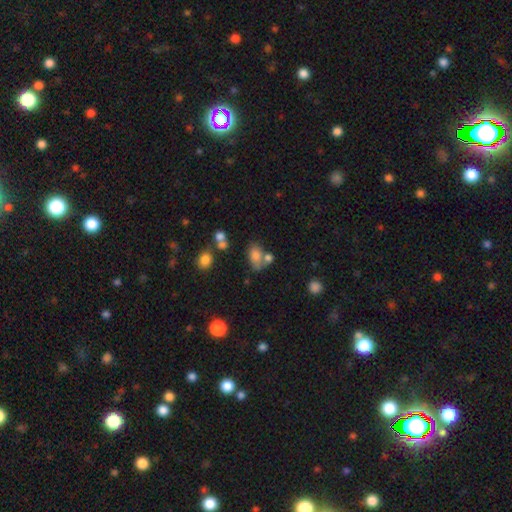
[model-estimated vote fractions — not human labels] Smooth or featured? smooth (75%)
How rounded? in between (83%)
Merging? none (40%)